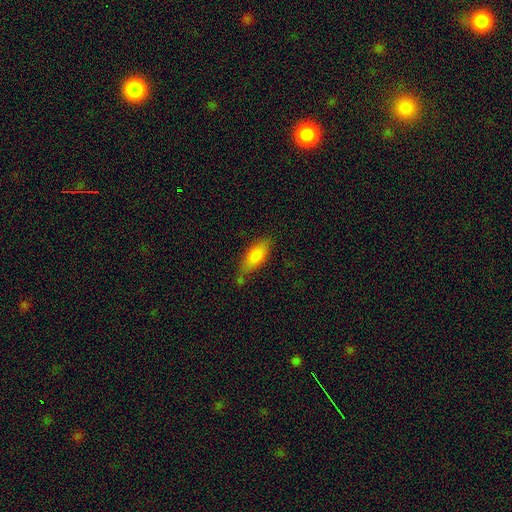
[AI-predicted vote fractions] This appears to be a smooth galaxy with no disk features (82%) that is in between round and cigar-shaped (78%). Merging: none (59%).